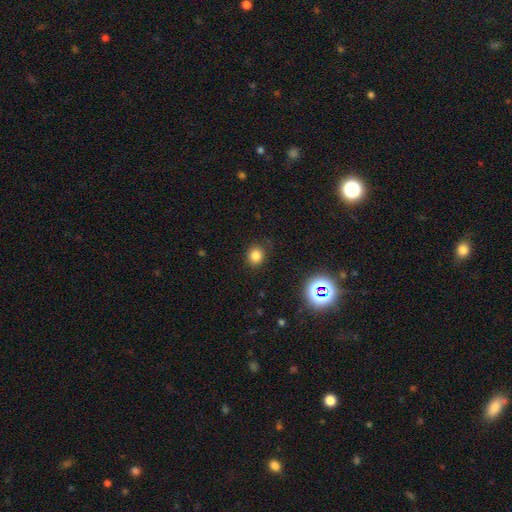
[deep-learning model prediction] smooth-or-featured: smooth: 79% | star or artifact: 16% | featured or disk: 5%
  how-rounded: round: 79% | in between: 20% | cigar-shaped: 1%
  merging: none: 86% | minor disturbance: 9% | major disturbance: 3% | merger: 1%